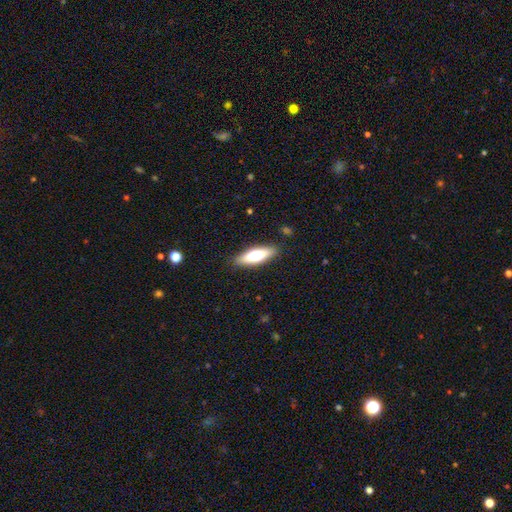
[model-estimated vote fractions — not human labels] Overall: smooth (71%). How rounded: in between (51%; cigar-shaped 47%). Merging: none (87%).